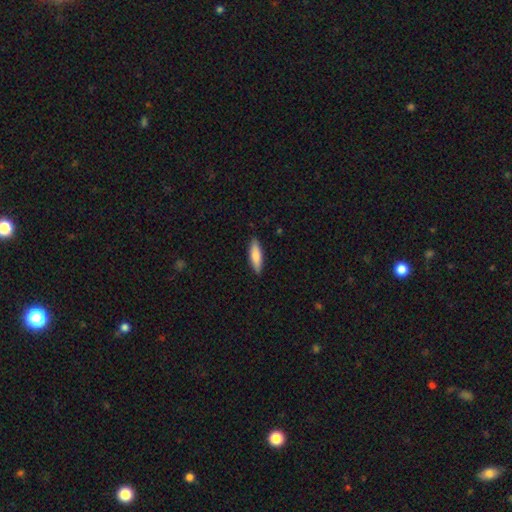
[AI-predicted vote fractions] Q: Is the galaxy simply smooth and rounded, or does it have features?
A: smooth — 78%.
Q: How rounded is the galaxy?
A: cigar-shaped — 58%.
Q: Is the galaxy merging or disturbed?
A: none — 88%.